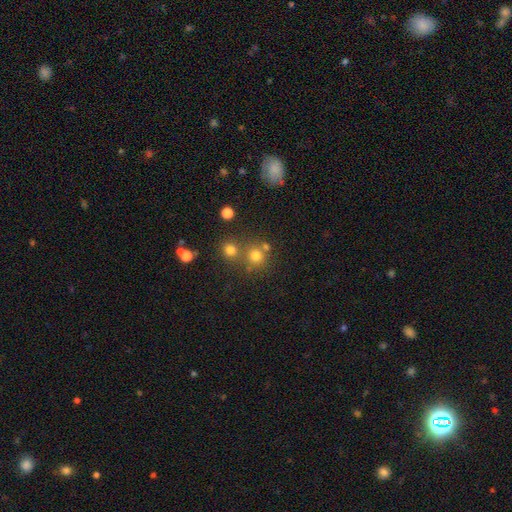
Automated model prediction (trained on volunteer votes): Smooth or featured: smooth — 73% (star or artifact — 18%)
How rounded: round — 91% (in between — 8%)
Merging: none — 64% (merger — 25%)